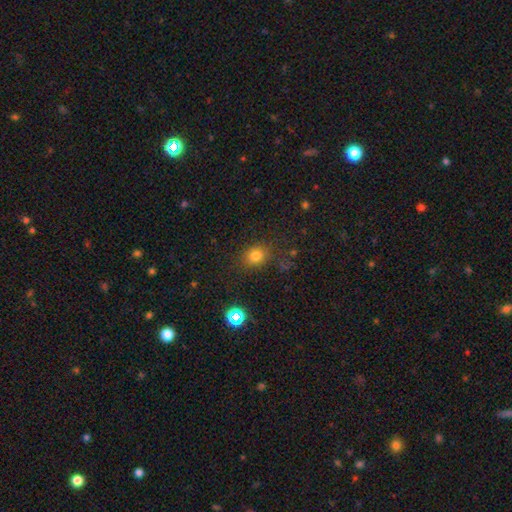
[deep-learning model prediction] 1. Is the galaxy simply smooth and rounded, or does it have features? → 77% smooth, 16% star or artifact, 7% featured or disk.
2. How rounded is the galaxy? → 61% round, 38% in between, 1% cigar-shaped.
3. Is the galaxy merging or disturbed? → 78% none, 13% minor disturbance, 6% major disturbance, 3% merger.